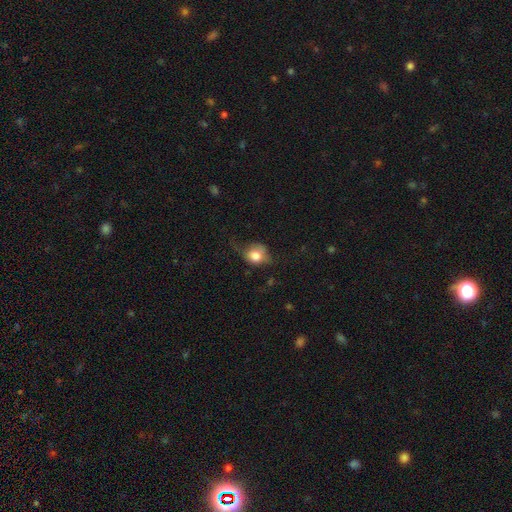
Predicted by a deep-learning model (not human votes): smooth_or_featured: smooth (p=0.73) [alt: featured or disk p=0.17]
how_rounded: round (p=0.67) [alt: in between p=0.32]
merging: none (p=0.41) [alt: minor disturbance p=0.31]